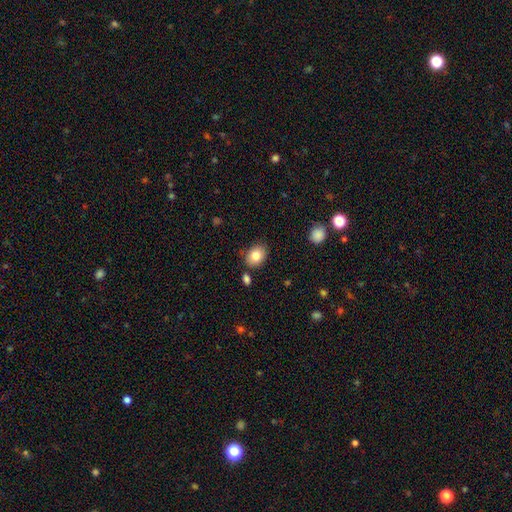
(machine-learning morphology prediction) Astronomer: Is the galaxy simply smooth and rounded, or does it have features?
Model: smooth — 82%.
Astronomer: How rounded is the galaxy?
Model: in between — 62%.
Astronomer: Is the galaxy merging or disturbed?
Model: none — 81%.